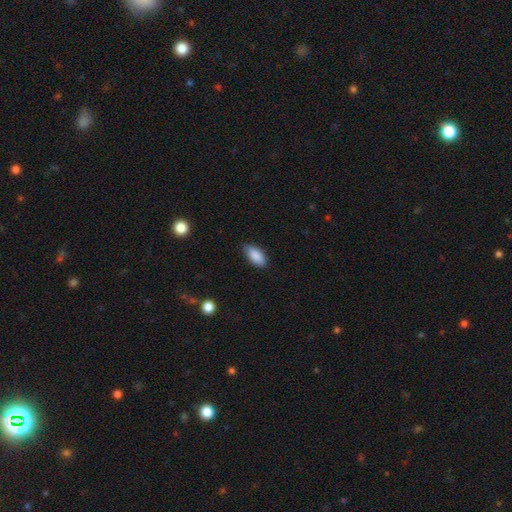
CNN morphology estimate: This is clearly a smooth galaxy (88%). How rounded: clearly in between (91%). Merging: likely none (77%).